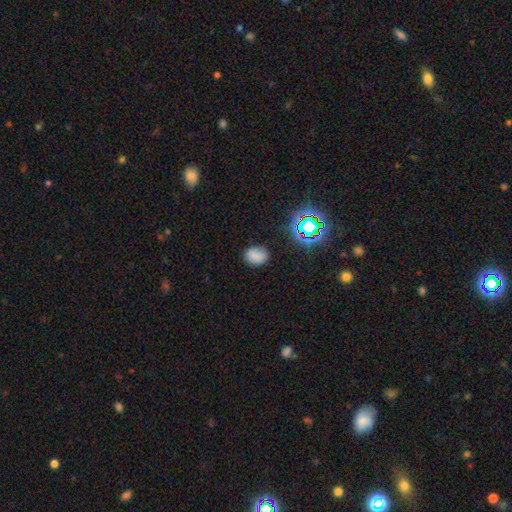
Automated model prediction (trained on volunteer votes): Q: Smooth or featured?
A: smooth (78%); runner-up: star or artifact (17%)
Q: How rounded?
A: in between (66%); runner-up: round (33%)
Q: Merging?
A: none (83%); runner-up: minor disturbance (13%)